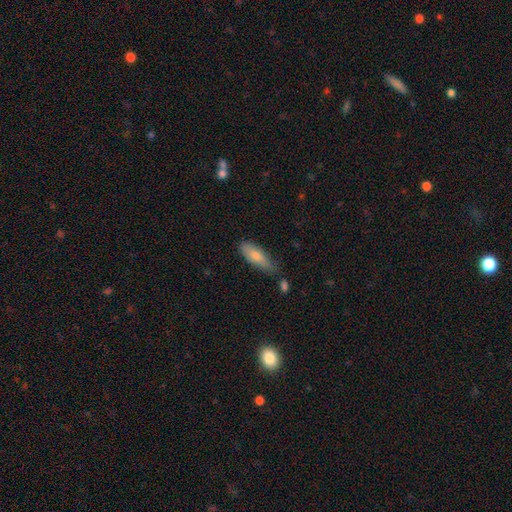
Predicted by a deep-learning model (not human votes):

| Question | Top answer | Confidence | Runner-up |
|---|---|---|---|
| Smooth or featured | smooth | 79% | featured or disk (15%) |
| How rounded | in between | 63% | cigar-shaped (35%) |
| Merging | none | 60% | minor disturbance (29%) |